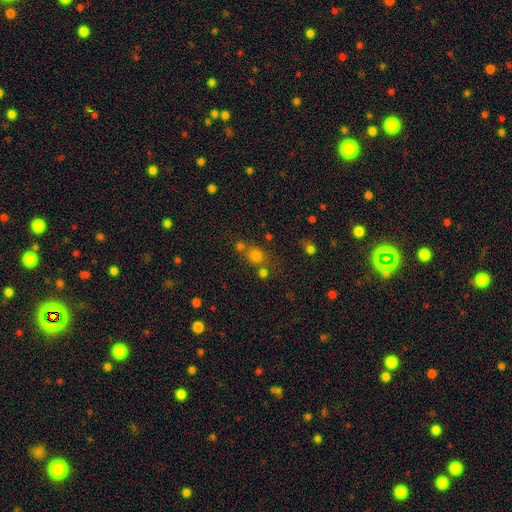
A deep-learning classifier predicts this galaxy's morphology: This appears to be a smooth galaxy with no disk features (72%) that is round (79%). Merging: none (59%).